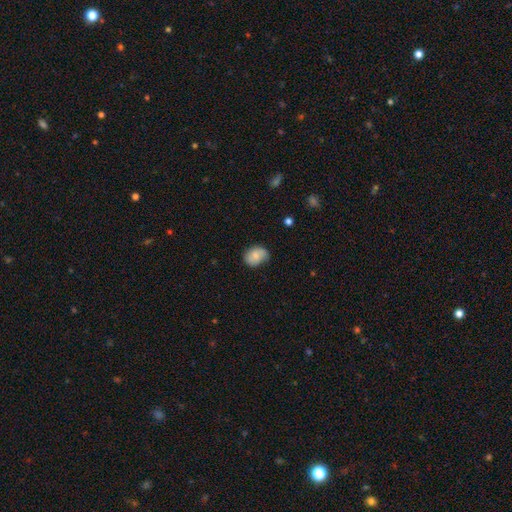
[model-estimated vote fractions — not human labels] This appears to be a smooth galaxy with no disk features (78%) that is in between round and cigar-shaped (67%). Merging: none (63%).